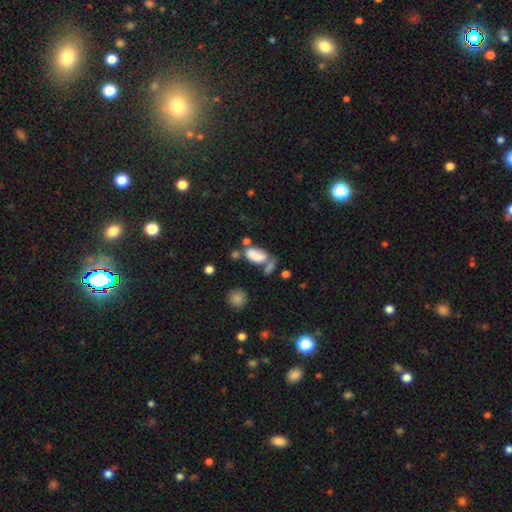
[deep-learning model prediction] A smooth galaxy with no disk features (79%) that is in between round and cigar-shaped (92%). Merging: merger (39%).